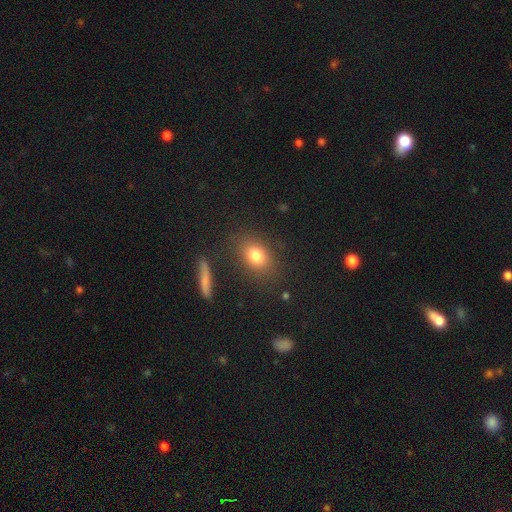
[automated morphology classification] type=smooth (79%); roundness=in between (65%); merging=none (81%).